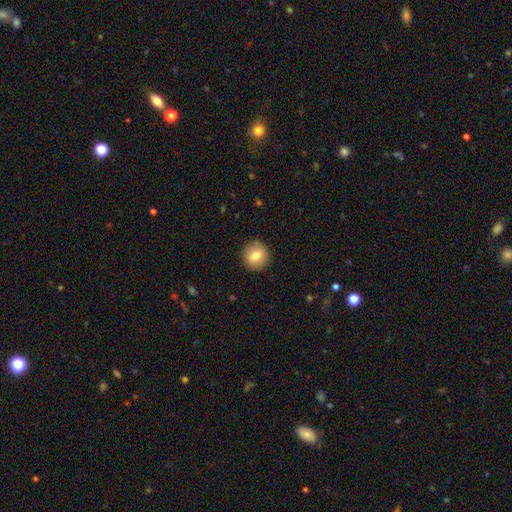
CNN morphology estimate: smooth 77%, featured or disk 14%, star or artifact 8%. Down the decision tree: how rounded — round (92%); merging — none (90%).